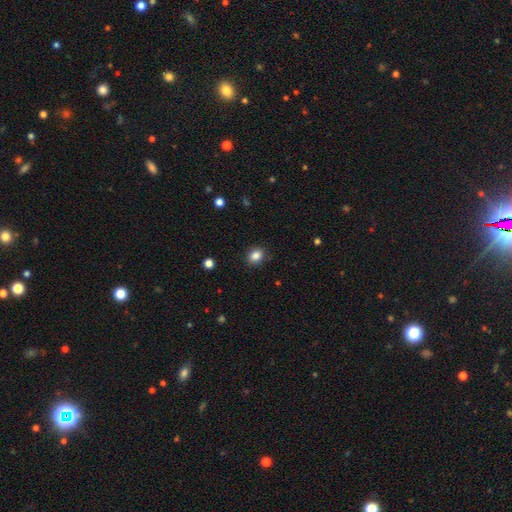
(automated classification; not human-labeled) Smooth or featured? smooth (86%)
How rounded? round (50%)
Merging? none (88%)